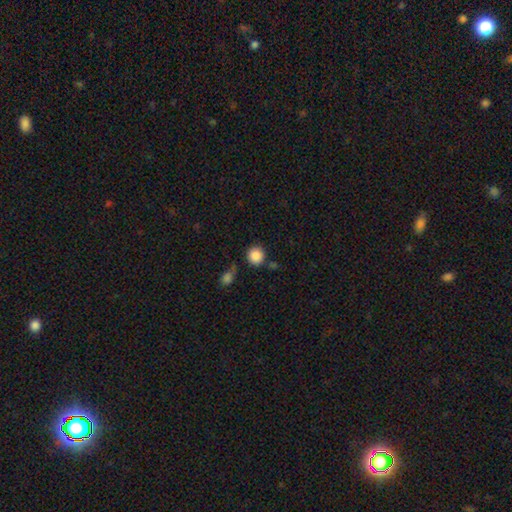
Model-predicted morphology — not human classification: A smooth galaxy with no disk features (87%) that is round (92%).

Vote fractions:
- Smooth or featured? smooth: 87% / star or artifact: 9% / featured or disk: 4%
- How rounded? round: 92% / in between: 7% / cigar-shaped: 1%
- Merging? none: 78% / minor disturbance: 11% / merger: 7% / major disturbance: 4%